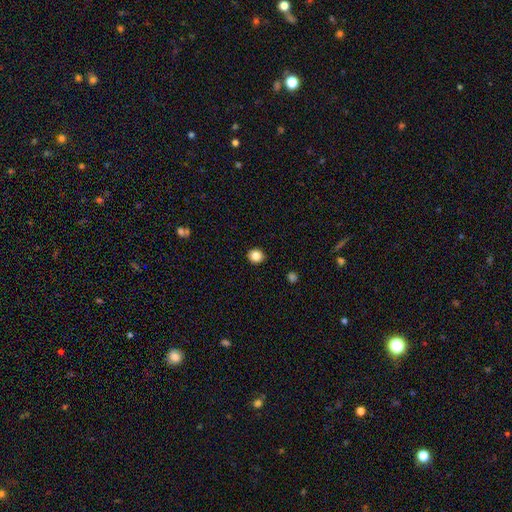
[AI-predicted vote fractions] Q: Smooth or featured?
A: smooth (85%); runner-up: star or artifact (10%)
Q: How rounded?
A: round (81%); runner-up: in between (18%)
Q: Merging?
A: none (92%); runner-up: minor disturbance (5%)